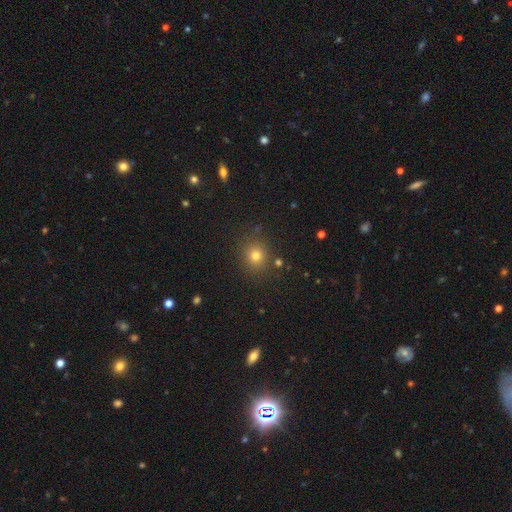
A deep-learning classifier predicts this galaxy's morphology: Smooth or featured? smooth (76%)
How rounded? round (85%)
Merging? none (86%)